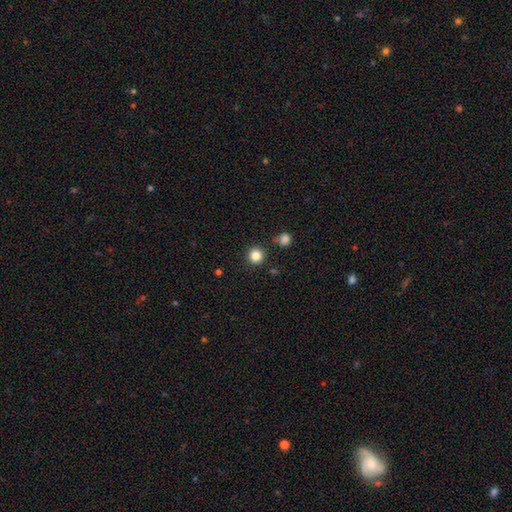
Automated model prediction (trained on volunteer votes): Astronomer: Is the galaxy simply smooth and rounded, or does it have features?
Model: smooth — 85%.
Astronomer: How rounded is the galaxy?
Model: round — 95%.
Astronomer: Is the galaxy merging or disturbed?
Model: none — 88%.